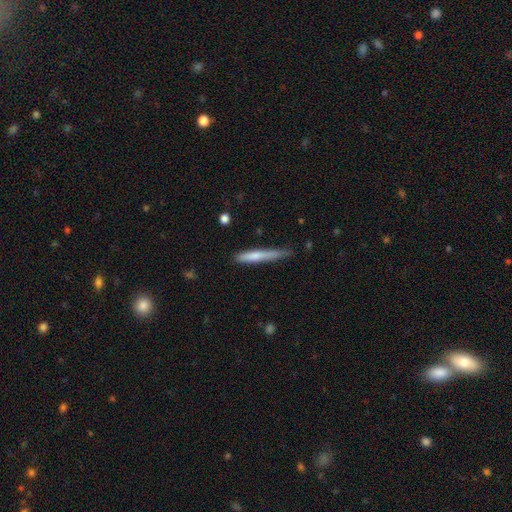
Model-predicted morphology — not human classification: The model was most divided on "merging": none: 62%, minor disturbance: 30%, major disturbance: 6%, merger: 2%. More confident: how rounded — cigar-shaped (94%); smooth or featured — smooth (69%).